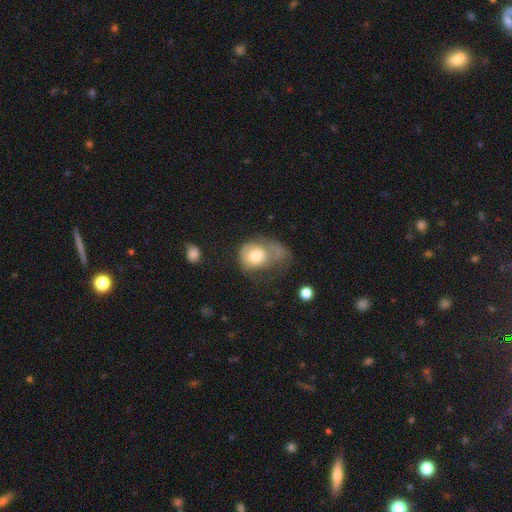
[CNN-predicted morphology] A smooth galaxy with no disk features (61%) that is round (53%).

Vote fractions:
- Smooth or featured? smooth: 61% / featured or disk: 32% / star or artifact: 7%
- How rounded? round: 53% / in between: 46% / cigar-shaped: 1%
- Merging? major disturbance: 51% / minor disturbance: 20% / none: 18% / merger: 11%